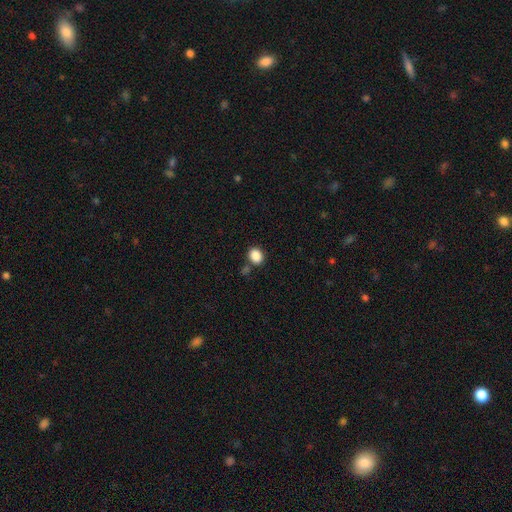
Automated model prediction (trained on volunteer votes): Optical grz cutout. It shows a smooth galaxy with no disk features (87%) that is round (58%). Merging: none (77%).